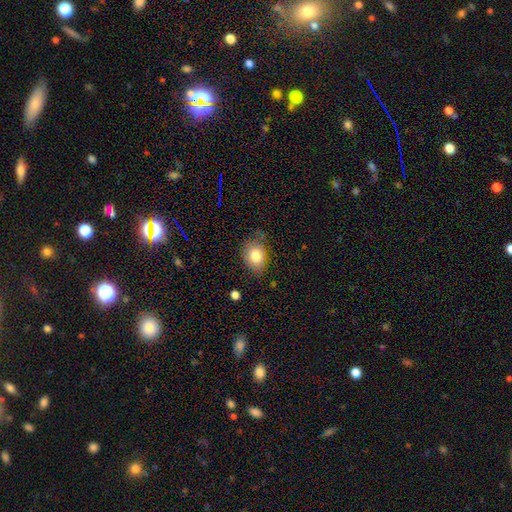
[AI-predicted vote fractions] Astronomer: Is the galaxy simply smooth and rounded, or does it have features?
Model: smooth — 80%.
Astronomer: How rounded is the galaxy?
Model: in between — 67%.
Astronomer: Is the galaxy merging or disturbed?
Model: none — 66%.